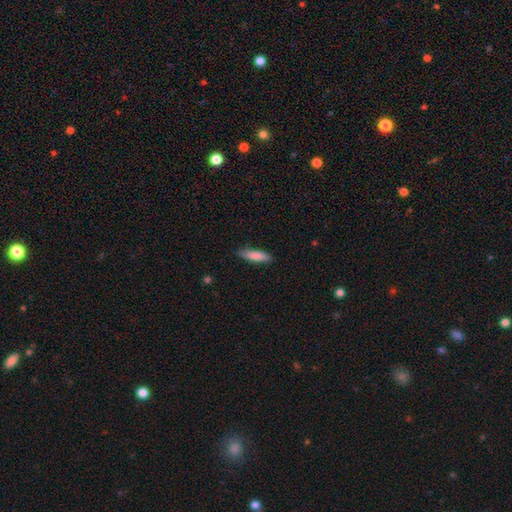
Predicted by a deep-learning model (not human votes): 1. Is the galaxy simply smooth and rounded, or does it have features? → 84% smooth, 10% featured or disk, 6% star or artifact.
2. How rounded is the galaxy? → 66% cigar-shaped, 33% in between, 1% round.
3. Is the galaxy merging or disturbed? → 81% none, 15% minor disturbance, 2% major disturbance, 1% merger.